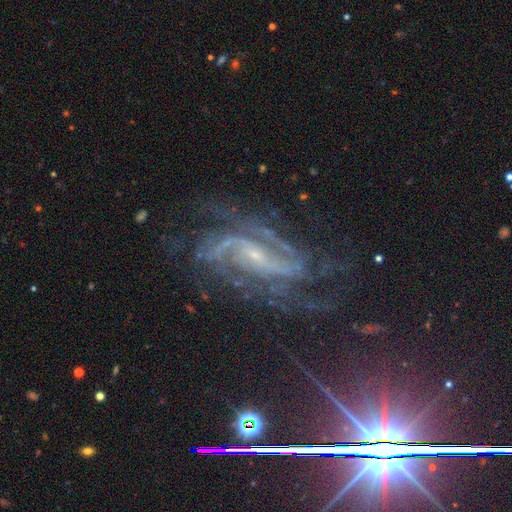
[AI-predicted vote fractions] smooth_or_featured: featured or disk (p=0.87) [alt: star or artifact p=0.10]
disk_edge_on: no (p=0.95) [alt: yes p=0.05]
bar: weak (p=0.38) [alt: no p=0.36]
has_spiral_arms: yes (p=0.97) [alt: no p=0.03]
spiral_winding: medium (p=0.47) [alt: tight p=0.37]
spiral_arm_count: 2 (p=0.40) [alt: can't tell p=0.19]
bulge_size: small (p=0.79) [alt: moderate p=0.14]
merging: none (p=0.67) [alt: minor disturbance p=0.17]